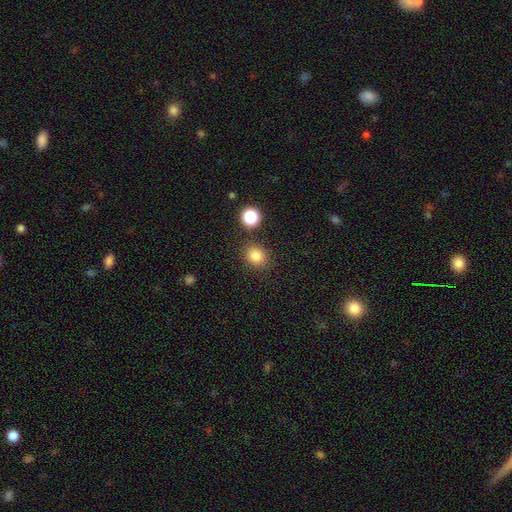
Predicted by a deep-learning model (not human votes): smooth 83%, star or artifact 12%, featured or disk 5%. Down the decision tree: how rounded — round (72%); merging — none (82%).